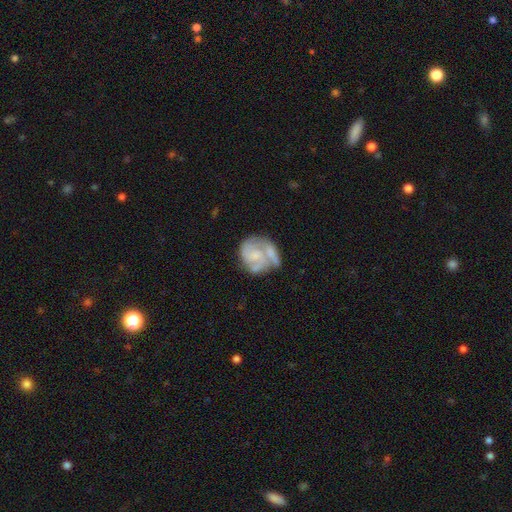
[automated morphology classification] A featured or disk galaxy (69%) with no bar (71%), 3 (31%) tight (48%) spiral arms (80%) and no central bulge (36%). Merging: none (45%).